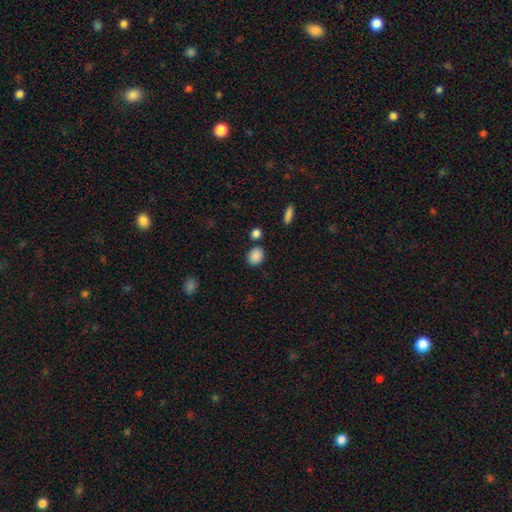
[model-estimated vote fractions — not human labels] This is clearly a smooth galaxy (87%). How rounded: possibly in between (51%). Merging: likely none (78%).